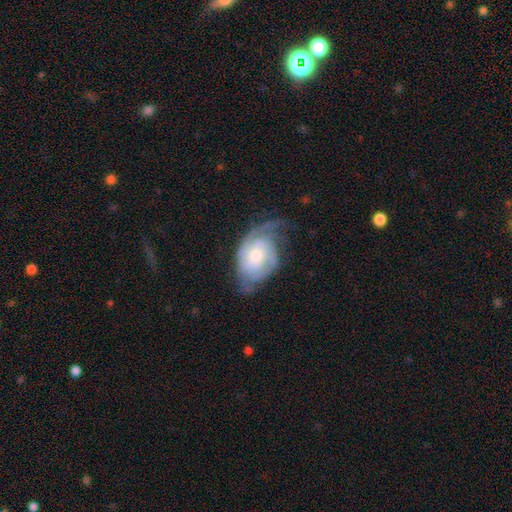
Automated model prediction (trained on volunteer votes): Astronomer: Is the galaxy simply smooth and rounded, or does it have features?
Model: featured or disk — 78%.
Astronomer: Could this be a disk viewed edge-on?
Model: no — 96%.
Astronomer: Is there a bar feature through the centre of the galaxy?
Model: no — 69%.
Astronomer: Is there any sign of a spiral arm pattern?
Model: yes — 92%.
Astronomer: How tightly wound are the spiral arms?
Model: tight — 48% (runner-up: medium, 36%).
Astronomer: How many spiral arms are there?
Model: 2 — 40% (runner-up: can't tell, 28%).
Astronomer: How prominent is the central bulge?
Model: moderate — 52% (runner-up: small, 38%).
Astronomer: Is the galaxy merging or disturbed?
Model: none — 51% (runner-up: minor disturbance, 28%).